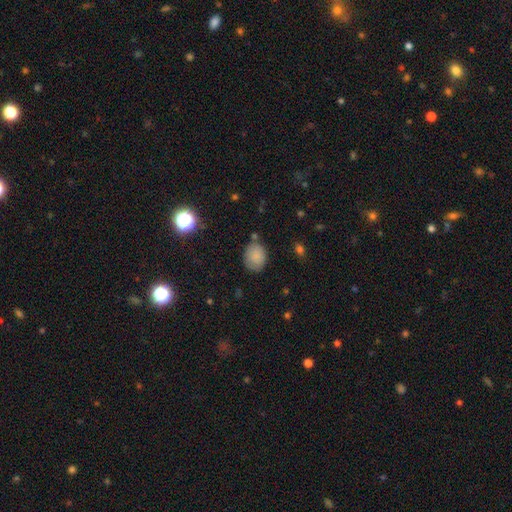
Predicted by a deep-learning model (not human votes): Smooth or featured: smooth — 83% (star or artifact — 9%)
How rounded: in between — 52% (round — 47%)
Merging: none — 71% (minor disturbance — 20%)